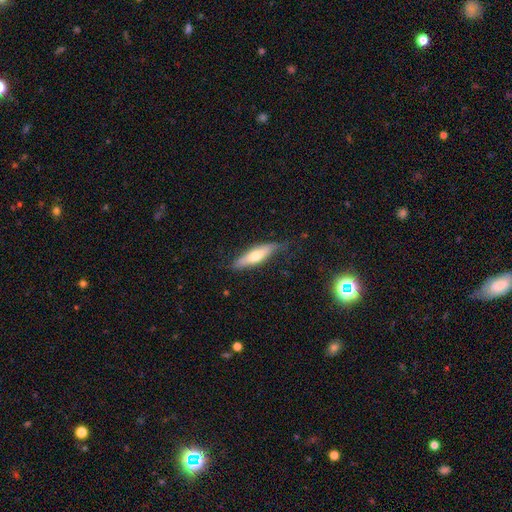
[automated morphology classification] smooth-or-featured: smooth: 59% | featured or disk: 35% | star or artifact: 6%
  how-rounded: cigar-shaped: 65% | in between: 33% | round: 2%
  merging: none: 69% | minor disturbance: 24% | major disturbance: 6% | merger: 1%